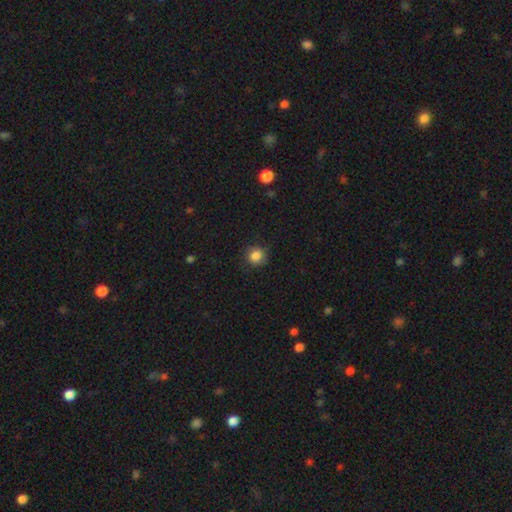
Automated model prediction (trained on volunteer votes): This is clearly a smooth galaxy (85%). How rounded: clearly round (90%). Merging: clearly none (85%).